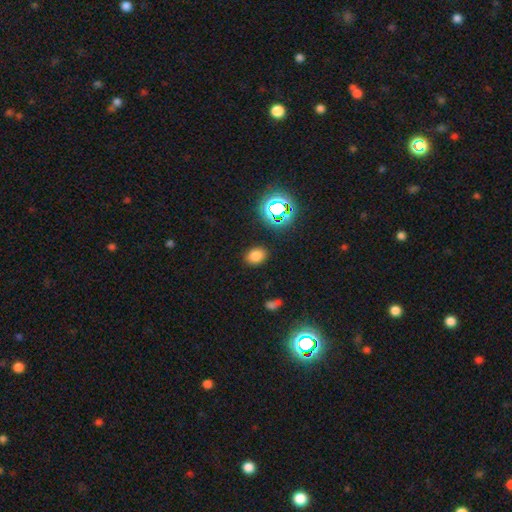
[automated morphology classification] A smooth galaxy with no disk features (75%) that is in between round and cigar-shaped (68%). Merging: none (86%).